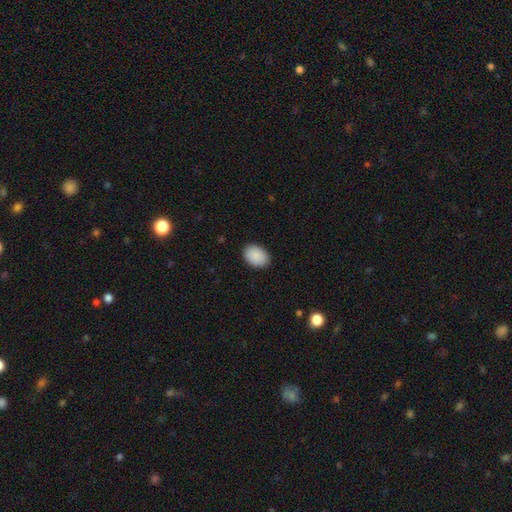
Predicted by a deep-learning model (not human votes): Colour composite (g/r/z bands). It shows a smooth galaxy with no disk features (91%) that is in between round and cigar-shaped (79%). Merging: none (89%).